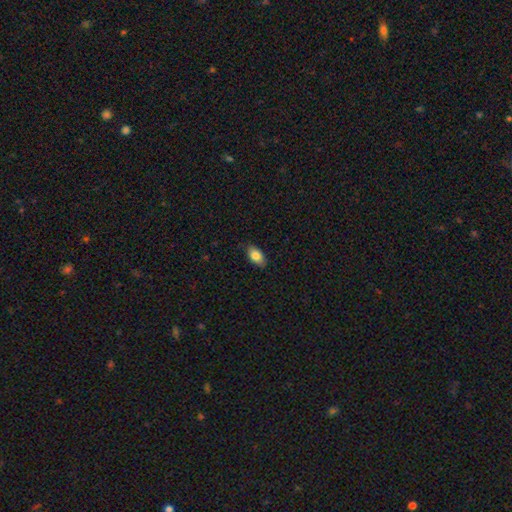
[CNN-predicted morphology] Smooth or featured: smooth — 83% (featured or disk — 9%)
How rounded: in between — 91% (round — 6%)
Merging: none — 86% (minor disturbance — 11%)